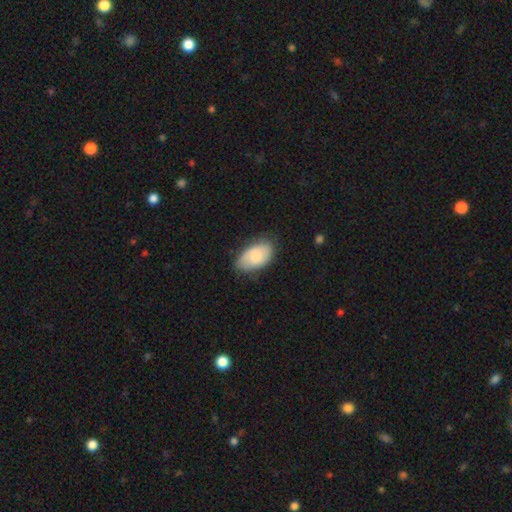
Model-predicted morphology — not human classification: A smooth galaxy with no disk features (70%) that is in between round and cigar-shaped (94%).

Vote fractions:
- Smooth or featured? smooth: 70% / featured or disk: 23% / star or artifact: 6%
- How rounded? in between: 94% / round: 4% / cigar-shaped: 1%
- Merging? none: 72% / minor disturbance: 22% / major disturbance: 5% / merger: 1%